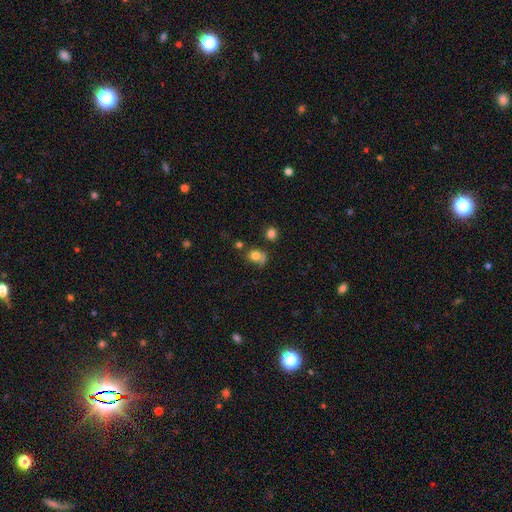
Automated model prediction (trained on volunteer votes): Overall: smooth (75%). How rounded: round (70%). Merging: none (47%; minor disturbance 20%).